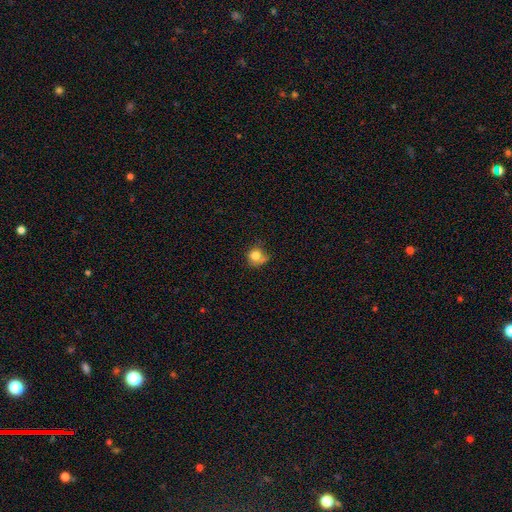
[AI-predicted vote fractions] A smooth galaxy with no disk features (79%) that is round (80%). Merging: none (47%).